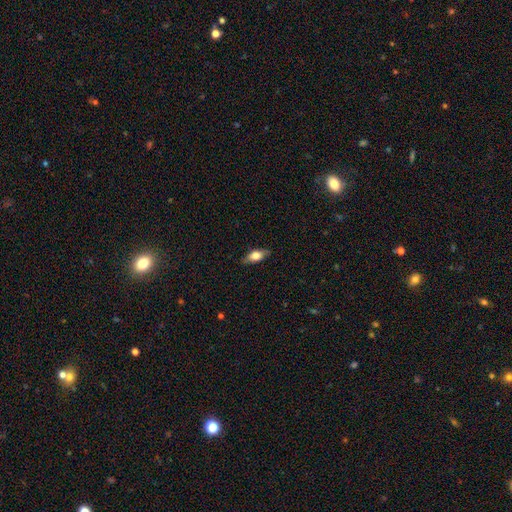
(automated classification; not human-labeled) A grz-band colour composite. It shows a smooth galaxy with no disk features (67%) that is in between round and cigar-shaped (80%). Merging: none (83%).